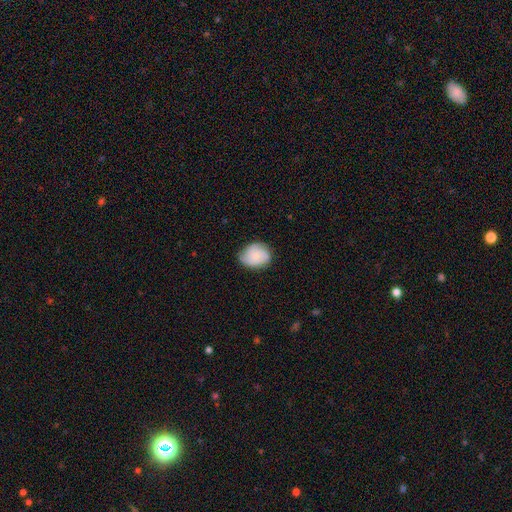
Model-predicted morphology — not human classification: Overall: smooth (59%; featured or disk 33%). How rounded: round (56%; in between 43%). Merging: none (67%).